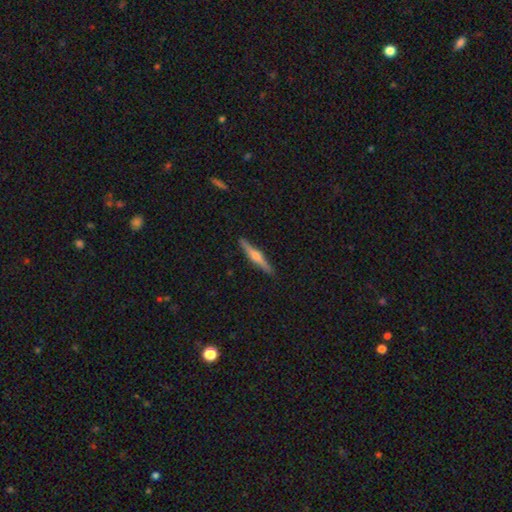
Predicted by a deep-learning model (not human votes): Overall: featured or disk (72%). Edge-on disk: yes (98%). Edge-on bulge: rounded (87%). Merging: none (92%).